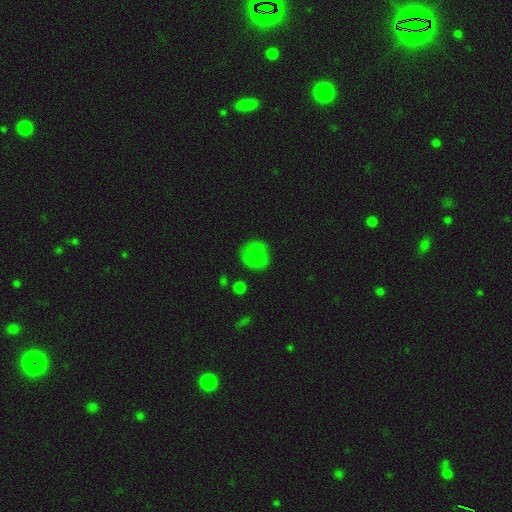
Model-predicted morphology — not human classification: smooth 81%, star or artifact 11%, featured or disk 8%. Down the decision tree: how rounded — round (88%); merging — none (79%).